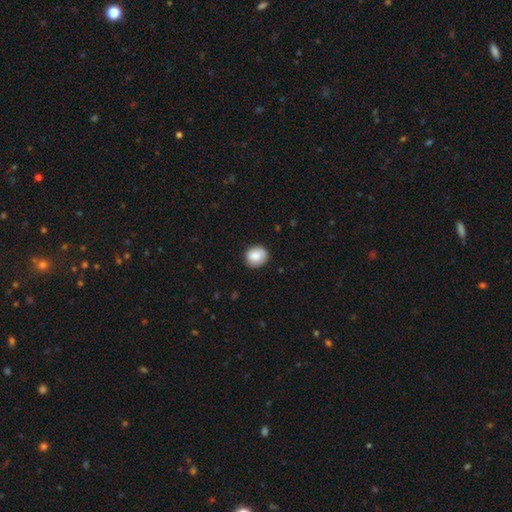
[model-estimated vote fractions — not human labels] Morphology: type=smooth (85%); roundness=round (77%); merging=none (86%).